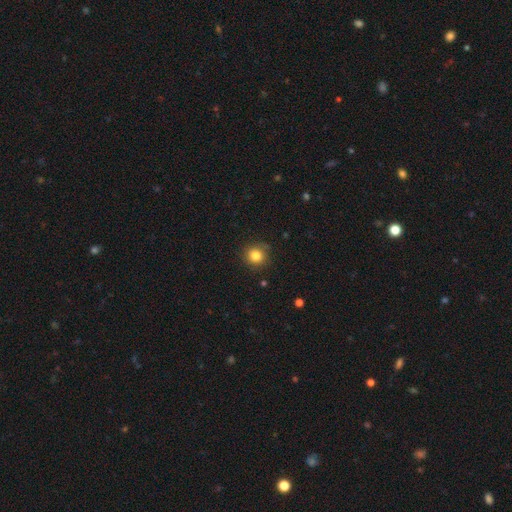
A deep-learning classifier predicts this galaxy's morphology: smooth-or-featured: smooth: 82% | star or artifact: 12% | featured or disk: 6%
  how-rounded: round: 91% | in between: 8% | cigar-shaped: 1%
  merging: none: 85% | minor disturbance: 11% | major disturbance: 3% | merger: 1%